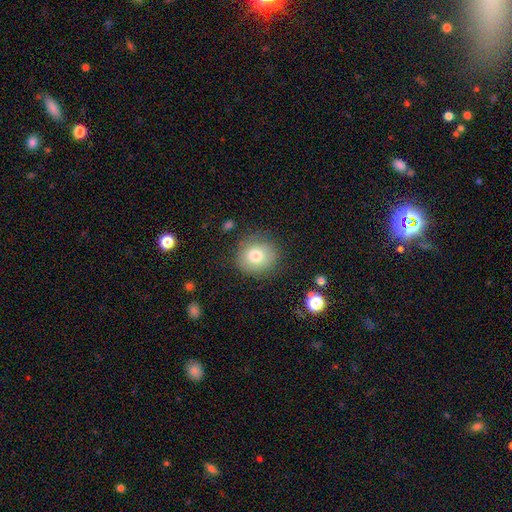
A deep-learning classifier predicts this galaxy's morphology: type=smooth (77%); roundness=round (82%); merging=none (80%).